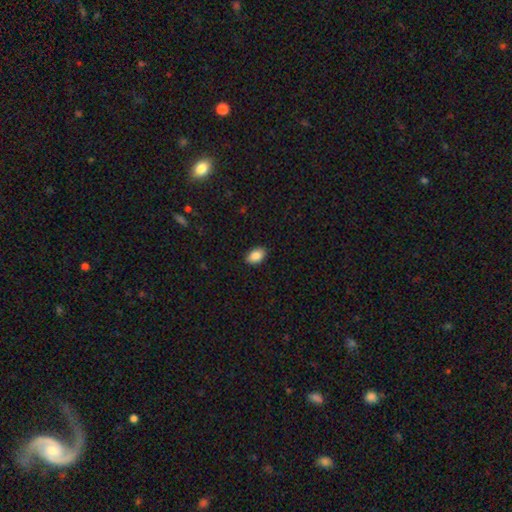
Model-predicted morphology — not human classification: Smooth or featured? Predicted: smooth (p=0.87). How rounded? Predicted: in between (p=0.92). Merging? Predicted: none (p=0.89).